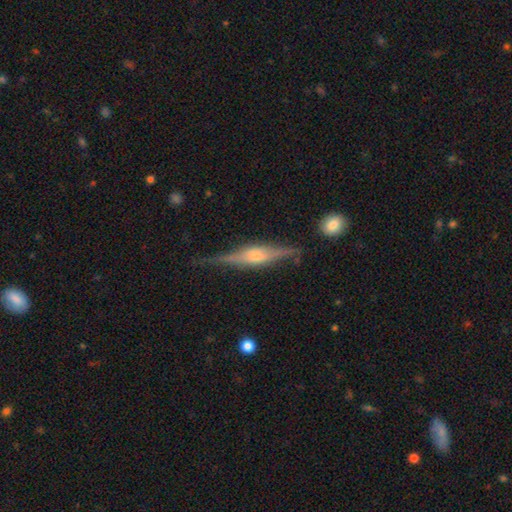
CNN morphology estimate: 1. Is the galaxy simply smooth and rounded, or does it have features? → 81% featured or disk, 13% smooth, 6% star or artifact.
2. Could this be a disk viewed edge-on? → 97% yes, 3% no.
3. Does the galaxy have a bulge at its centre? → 73% rounded, 21% boxy, 6% none.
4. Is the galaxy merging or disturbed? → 79% none, 15% minor disturbance, 4% major disturbance, 2% merger.